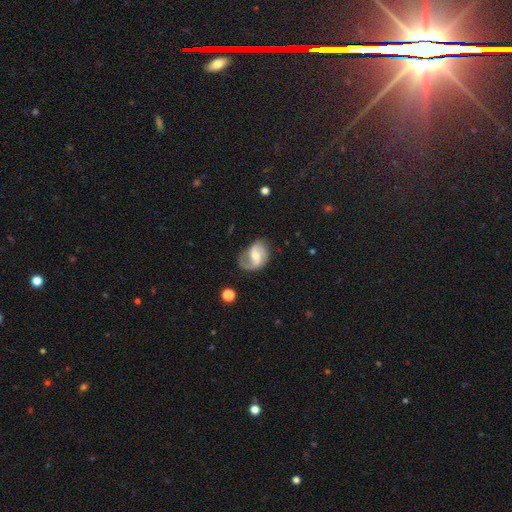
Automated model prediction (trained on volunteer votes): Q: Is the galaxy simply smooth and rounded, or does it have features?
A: featured or disk — 81%.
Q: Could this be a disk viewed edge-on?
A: no — 97%.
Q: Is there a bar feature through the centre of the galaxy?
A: weak — 51%.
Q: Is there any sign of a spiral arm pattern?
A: yes — 95%.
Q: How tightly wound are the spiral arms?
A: medium — 45%.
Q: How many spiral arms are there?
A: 2 — 79%.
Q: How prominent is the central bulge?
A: moderate — 59%.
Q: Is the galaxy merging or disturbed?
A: none — 64%.